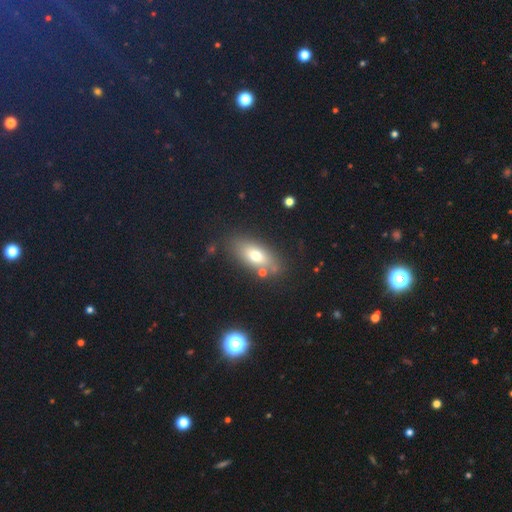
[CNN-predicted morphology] The model was most divided on "smooth or featured": smooth: 70%, featured or disk: 20%, star or artifact: 10%. More confident: how rounded — in between (82%); merging — none (78%).